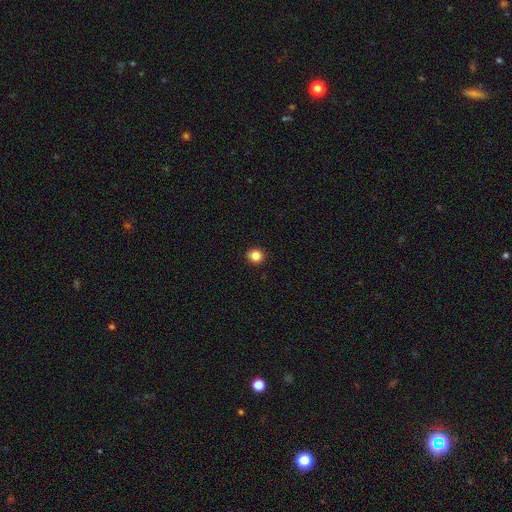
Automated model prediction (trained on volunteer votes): Smooth or featured? smooth (85%)
How rounded? round (87%)
Merging? none (93%)